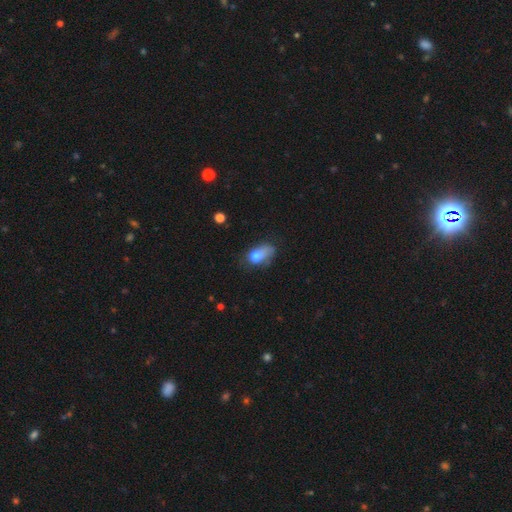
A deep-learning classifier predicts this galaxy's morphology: A smooth galaxy with no disk features (75%) that is in between round and cigar-shaped (83%).

Vote fractions:
- Smooth or featured? smooth: 75% / featured or disk: 16% / star or artifact: 10%
- How rounded? in between: 83% / round: 14% / cigar-shaped: 3%
- Merging? minor disturbance: 35% / none: 32% / major disturbance: 28% / merger: 5%